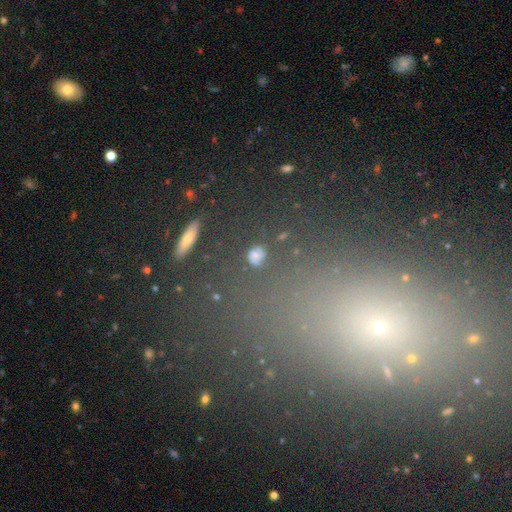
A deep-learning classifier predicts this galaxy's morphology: The model was most divided on "smooth or featured": smooth: 53%, star or artifact: 30%, featured or disk: 17%. More confident: merging — none (67%); how rounded — round (63%).